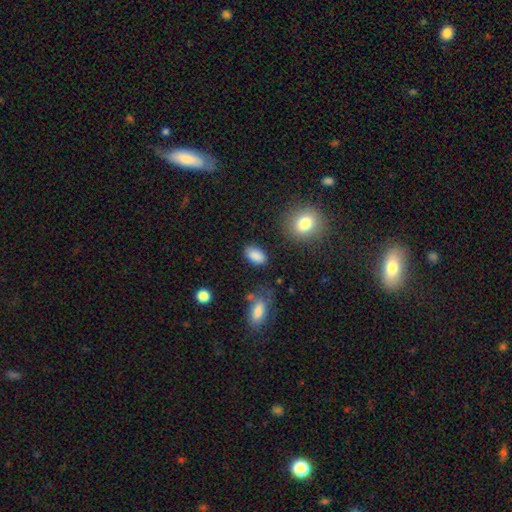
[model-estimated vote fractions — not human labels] A smooth galaxy with no disk features (87%) that is in between round and cigar-shaped (92%). Merging: none (81%).